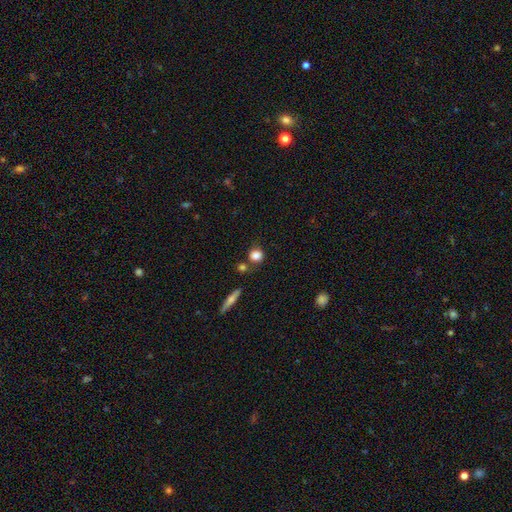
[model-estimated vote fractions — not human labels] A smooth galaxy with no disk features (83%) that is round (82%).

Vote fractions:
- Smooth or featured? smooth: 83% / star or artifact: 10% / featured or disk: 8%
- How rounded? round: 82% / in between: 16% / cigar-shaped: 2%
- Merging? none: 69% / merger: 14% / minor disturbance: 13% / major disturbance: 4%